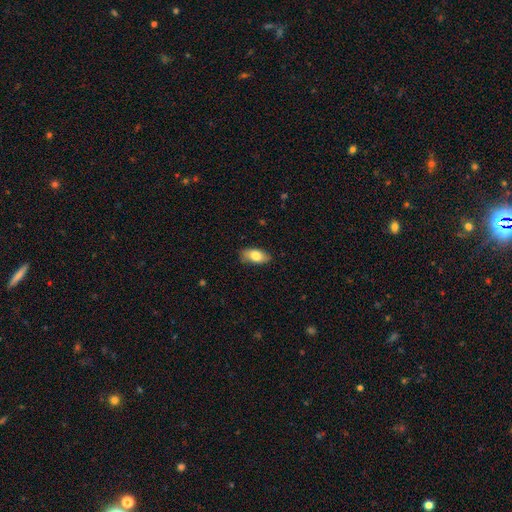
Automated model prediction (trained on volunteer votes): A smooth galaxy with no disk features (80%) that is in between round and cigar-shaped (90%).

Vote fractions:
- Smooth or featured? smooth: 80% / featured or disk: 14% / star or artifact: 7%
- How rounded? in between: 90% / cigar-shaped: 6% / round: 3%
- Merging? none: 82% / minor disturbance: 14% / major disturbance: 3% / merger: 1%